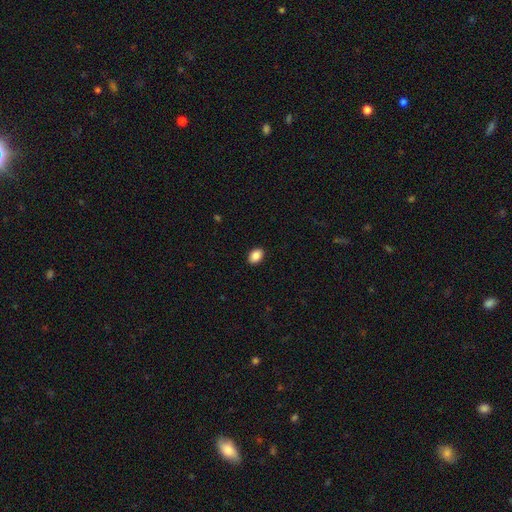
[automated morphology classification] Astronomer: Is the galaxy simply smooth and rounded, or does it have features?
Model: smooth — 88%.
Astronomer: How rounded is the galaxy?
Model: in between — 81%.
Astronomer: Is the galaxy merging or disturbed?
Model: none — 90%.